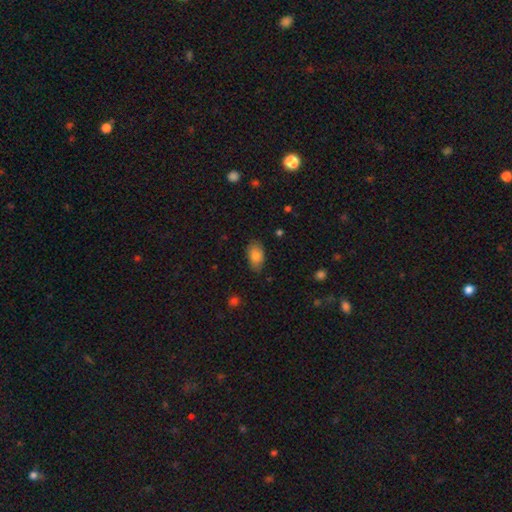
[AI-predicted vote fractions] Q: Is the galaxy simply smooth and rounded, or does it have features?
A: smooth — 83%.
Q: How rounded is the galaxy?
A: in between — 93%.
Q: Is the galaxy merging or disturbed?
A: none — 78%.